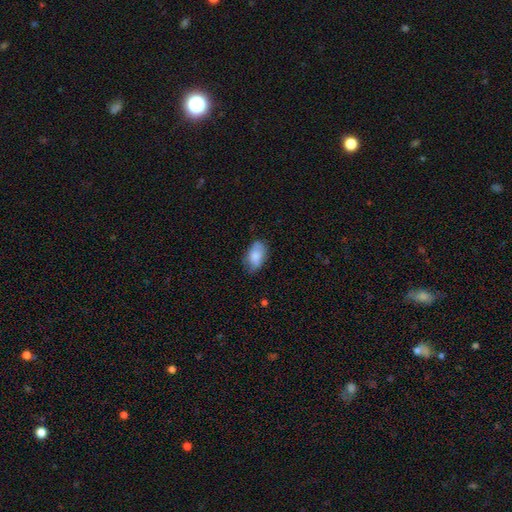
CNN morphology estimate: smooth-or-featured: smooth: 80% | featured or disk: 13% | star or artifact: 7%
  how-rounded: in between: 92% | round: 6% | cigar-shaped: 2%
  merging: none: 70% | minor disturbance: 24% | major disturbance: 5% | merger: 1%